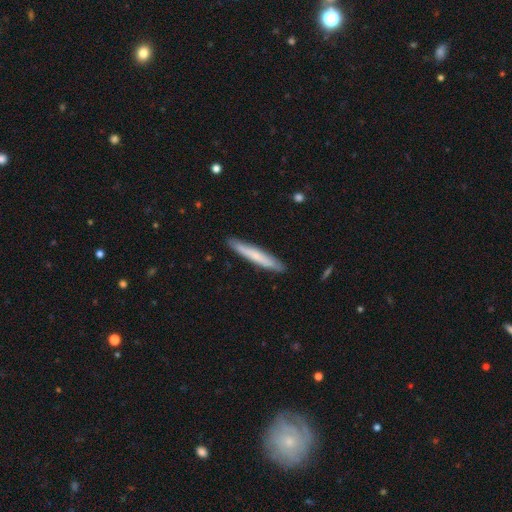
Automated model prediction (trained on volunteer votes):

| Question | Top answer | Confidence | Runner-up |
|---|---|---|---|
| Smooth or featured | smooth | 61% | featured or disk (33%) |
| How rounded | cigar-shaped | 95% | in between (4%) |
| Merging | none | 89% | minor disturbance (9%) |